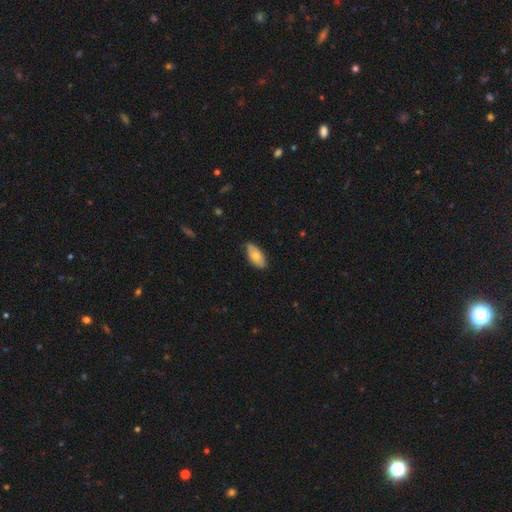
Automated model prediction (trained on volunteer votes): Smooth or featured? Predicted: smooth (p=0.71). How rounded? Predicted: in between (p=0.90). Merging? Predicted: none (p=0.76).